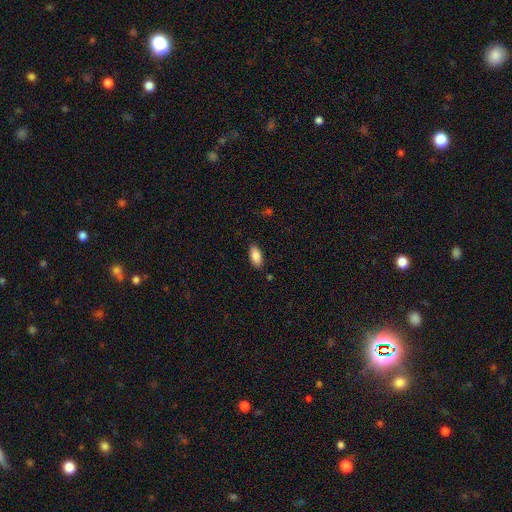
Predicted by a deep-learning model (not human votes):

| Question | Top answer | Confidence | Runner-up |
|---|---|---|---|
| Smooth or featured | smooth | 87% | star or artifact (7%) |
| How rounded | in between | 91% | cigar-shaped (6%) |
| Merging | none | 87% | minor disturbance (10%) |